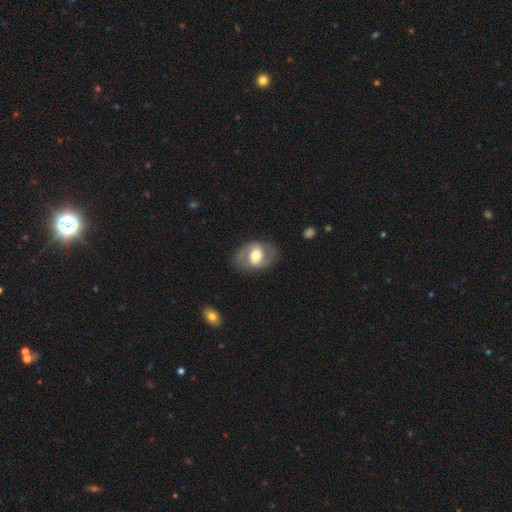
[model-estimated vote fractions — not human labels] This appears to be a featured or disk galaxy (57%) with no bar (41%), spiral arms (60%) and a moderate central bulge (57%). Merging: none (77%).